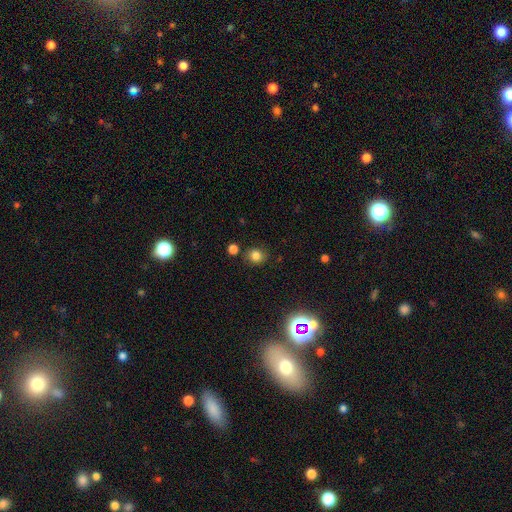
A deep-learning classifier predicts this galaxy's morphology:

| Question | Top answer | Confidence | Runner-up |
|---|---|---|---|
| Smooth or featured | smooth | 79% | star or artifact (15%) |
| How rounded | round | 77% | in between (22%) |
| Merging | none | 80% | minor disturbance (11%) |